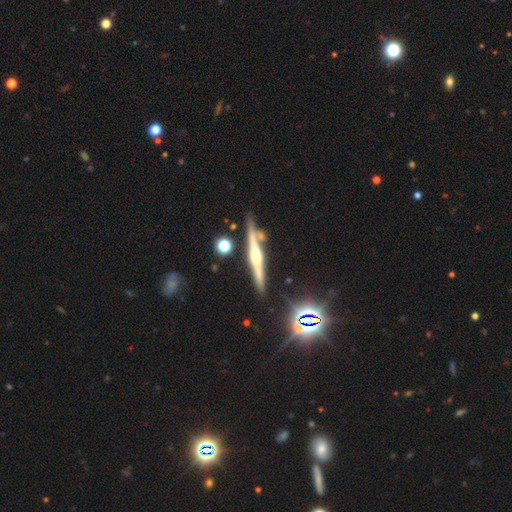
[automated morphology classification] smooth_or_featured: featured or disk (p=0.74) [alt: smooth p=0.18]
disk_edge_on: yes (p=0.97) [alt: no p=0.03]
edge_on_bulge: rounded (p=0.82) [alt: boxy p=0.11]
merging: none (p=0.78) [alt: minor disturbance p=0.11]